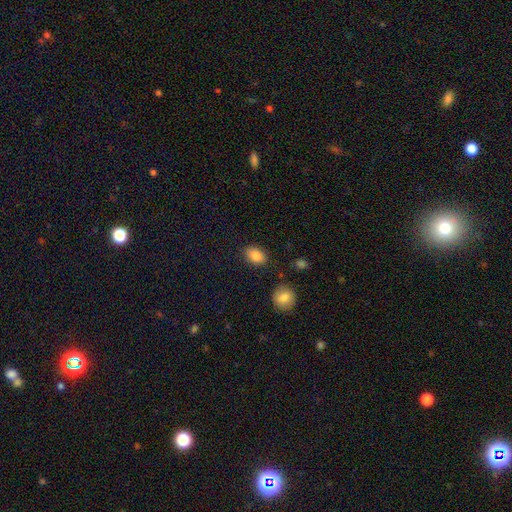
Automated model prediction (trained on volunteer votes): smooth-or-featured: smooth: 86% | star or artifact: 8% | featured or disk: 6%
  how-rounded: in between: 80% | round: 18% | cigar-shaped: 1%
  merging: none: 84% | minor disturbance: 10% | merger: 3% | major disturbance: 3%